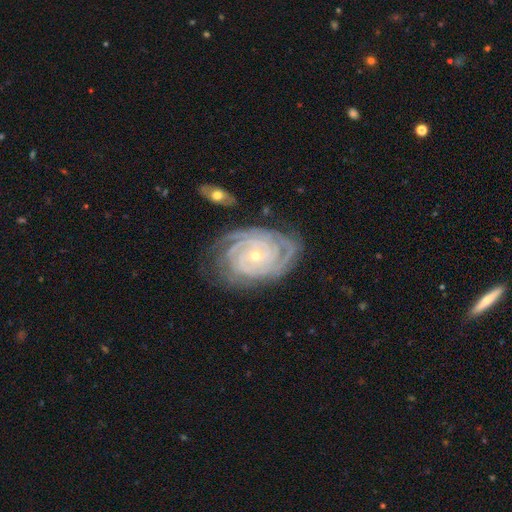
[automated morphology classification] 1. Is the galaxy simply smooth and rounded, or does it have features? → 91% featured or disk, 5% star or artifact, 4% smooth.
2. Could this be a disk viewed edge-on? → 97% no, 3% yes.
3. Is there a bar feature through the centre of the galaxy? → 74% no, 18% weak, 8% strong.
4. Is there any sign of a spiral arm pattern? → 98% yes, 2% no.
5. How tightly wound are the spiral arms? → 86% tight, 12% medium, 2% loose.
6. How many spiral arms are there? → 26% 4, 24% 3, 17% can't tell, 15% 2, 11% more than 4, 7% 1.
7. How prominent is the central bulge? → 77% small, 20% moderate, 1% large, 1% none, 1% dominant.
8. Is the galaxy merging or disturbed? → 75% none, 17% minor disturbance, 5% major disturbance, 2% merger.